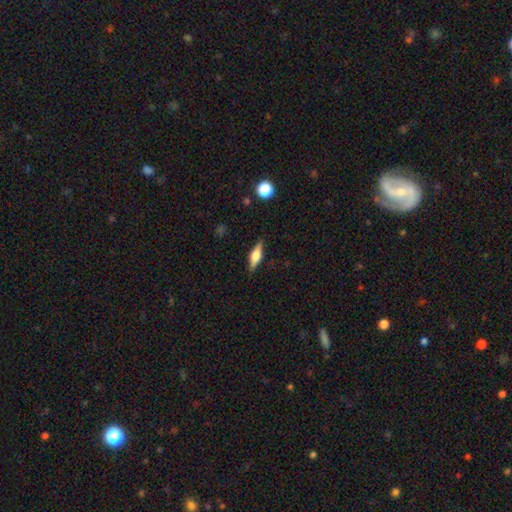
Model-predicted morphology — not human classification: type=featured or disk (48%); merging=none (86%).